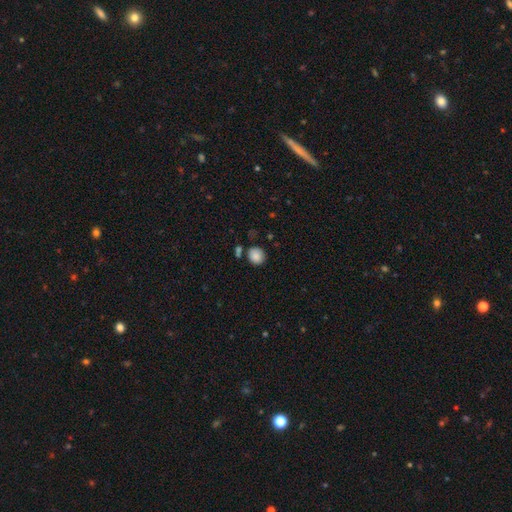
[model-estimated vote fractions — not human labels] smooth-or-featured: smooth: 87% | star or artifact: 9% | featured or disk: 5%
  how-rounded: round: 83% | in between: 16% | cigar-shaped: 1%
  merging: none: 76% | minor disturbance: 13% | merger: 8% | major disturbance: 3%